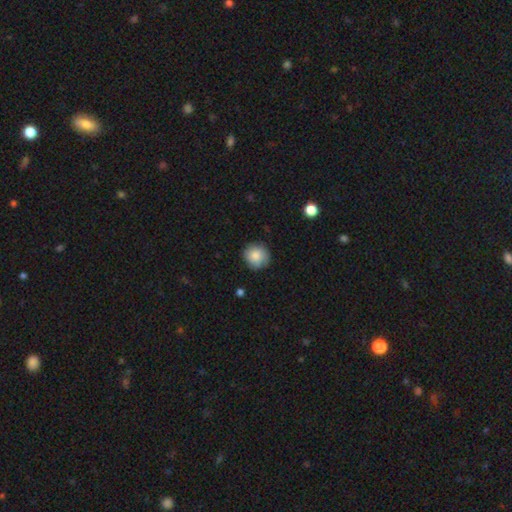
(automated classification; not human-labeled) Smooth or featured?
  - smooth: 83% *
  - featured or disk: 9%
  - star or artifact: 8%
How rounded?
  - round: 91% *
  - in between: 8%
  - cigar-shaped: 1%
Merging?
  - none: 83% *
  - minor disturbance: 14%
  - major disturbance: 3%
  - merger: 1%